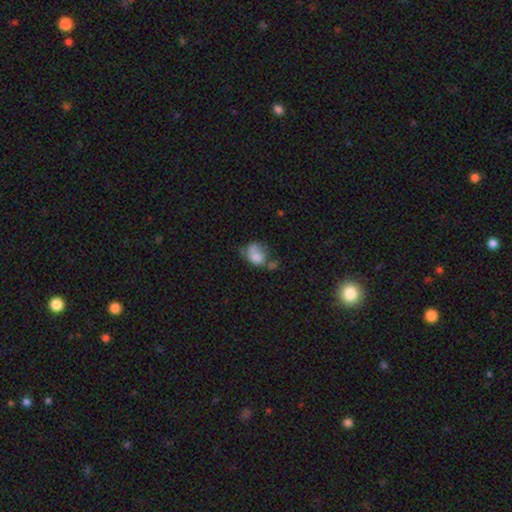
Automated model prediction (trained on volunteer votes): This is likely a smooth galaxy (68%). How rounded: possibly in between (58%). Merging: marginally merger (29%).